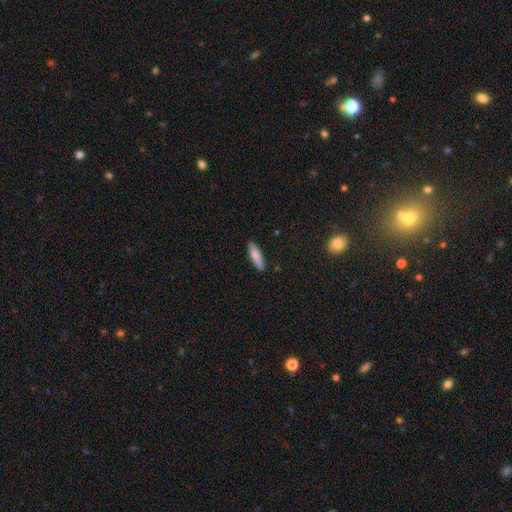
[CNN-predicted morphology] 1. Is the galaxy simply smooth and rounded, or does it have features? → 77% smooth, 18% featured or disk, 6% star or artifact.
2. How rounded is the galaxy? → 75% cigar-shaped, 23% in between, 2% round.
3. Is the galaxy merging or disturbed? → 87% none, 10% minor disturbance, 2% major disturbance, 1% merger.